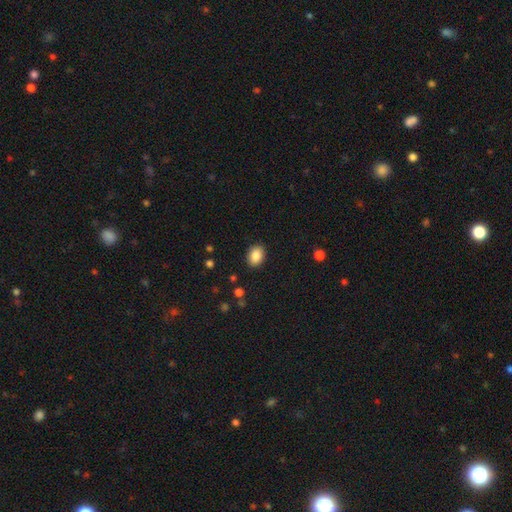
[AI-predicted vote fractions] The model was most divided on "how rounded": in between: 72%, round: 27%, cigar-shaped: 1%. More confident: merging — none (89%); smooth or featured — smooth (88%).